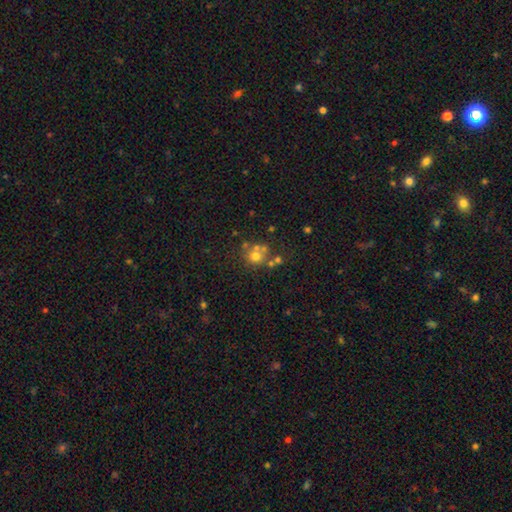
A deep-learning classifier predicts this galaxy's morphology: This is likely a smooth galaxy (63%). How rounded: clearly round (87%). Merging: possibly none (56%).